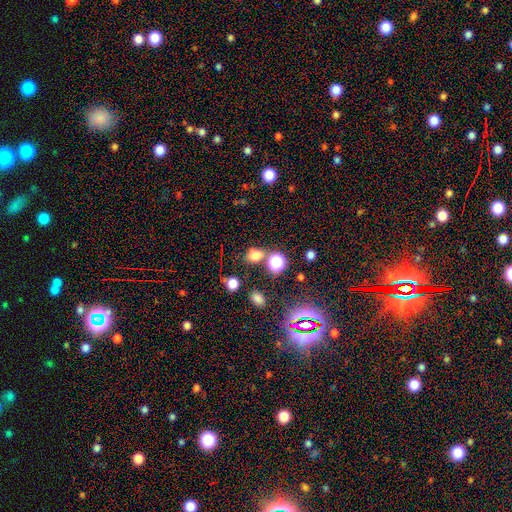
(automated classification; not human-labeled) A smooth galaxy with no disk features (67%) that is round (56%). Merging: none (66%).